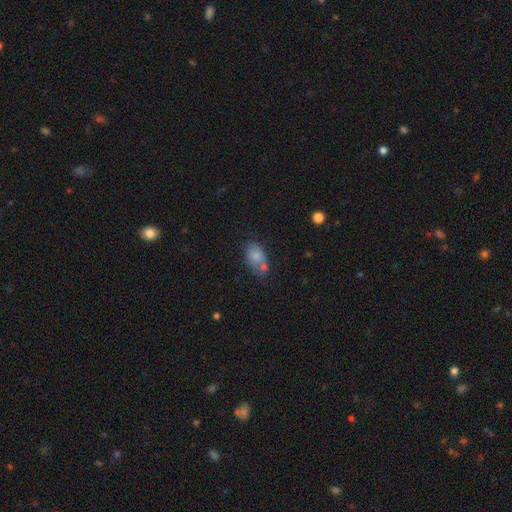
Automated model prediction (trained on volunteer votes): Smooth or featured: smooth — 78% (featured or disk — 12%)
How rounded: in between — 86% (round — 12%)
Merging: none — 48% (merger — 23%)